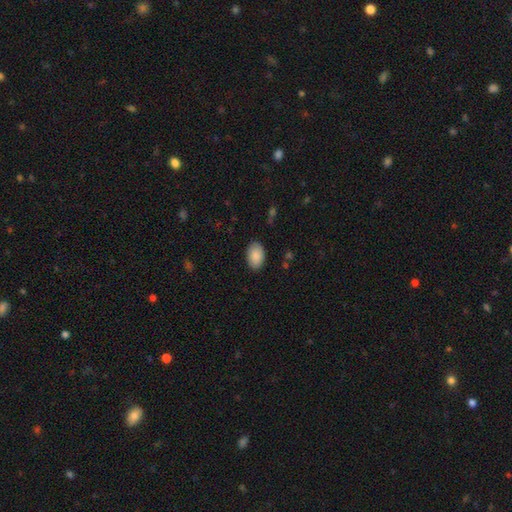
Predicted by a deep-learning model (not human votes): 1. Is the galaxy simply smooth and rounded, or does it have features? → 88% smooth, 6% star or artifact, 5% featured or disk.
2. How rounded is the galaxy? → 91% in between, 8% round, 1% cigar-shaped.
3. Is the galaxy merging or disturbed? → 87% none, 10% minor disturbance, 2% major disturbance, 1% merger.